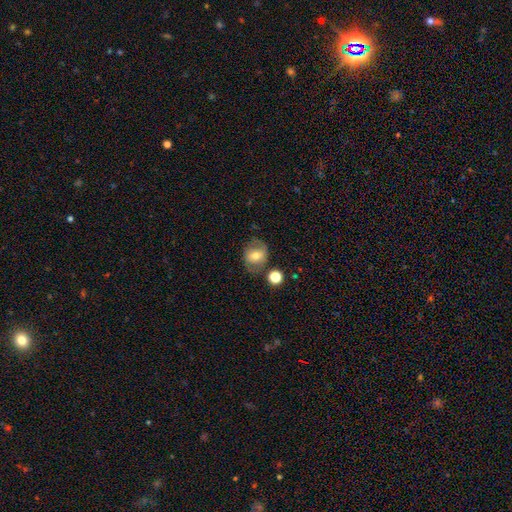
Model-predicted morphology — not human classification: smooth_or_featured: smooth (p=0.55) [alt: featured or disk p=0.36]
how_rounded: round (p=0.57) [alt: in between p=0.41]
merging: none (p=0.66) [alt: minor disturbance p=0.18]